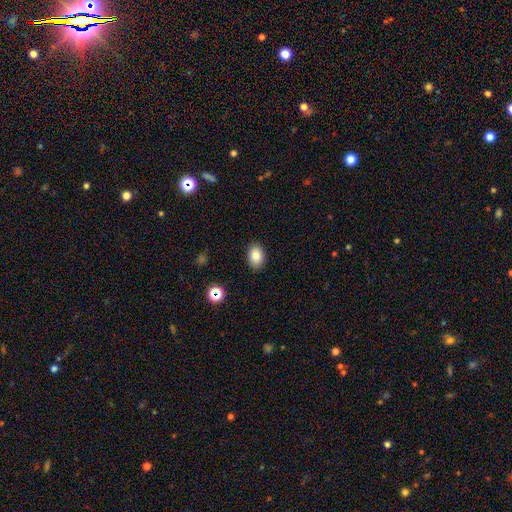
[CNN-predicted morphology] Smooth or featured: smooth — 84% (star or artifact — 9%)
How rounded: in between — 80% (round — 19%)
Merging: none — 87% (minor disturbance — 9%)